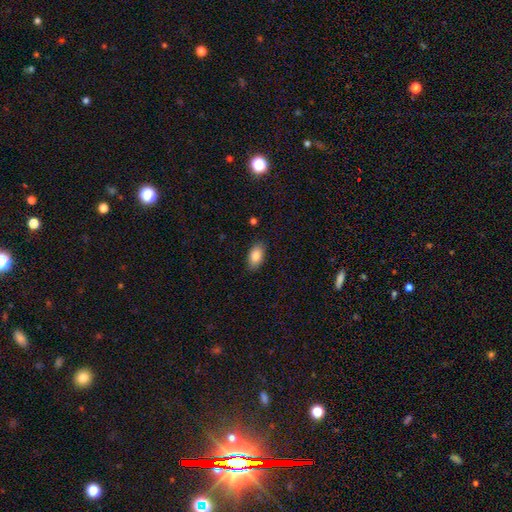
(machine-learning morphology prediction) This appears to be a smooth galaxy with no disk features (85%) that is in between round and cigar-shaped (93%). Merging: none (86%).